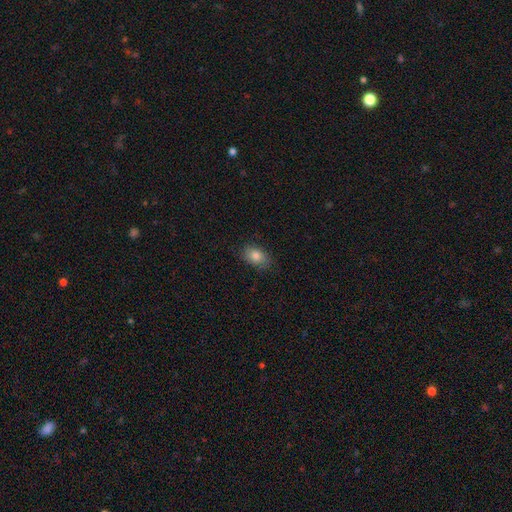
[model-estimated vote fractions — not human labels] Smooth or featured? Predicted: smooth (p=0.83). How rounded? Predicted: in between (p=0.83). Merging? Predicted: none (p=0.81).